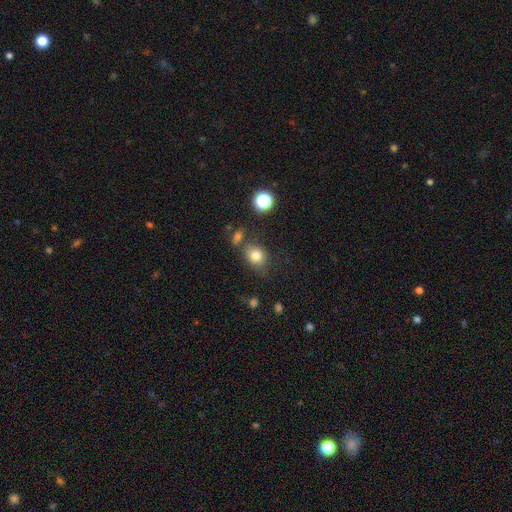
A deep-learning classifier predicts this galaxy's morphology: Smooth or featured? Predicted: smooth (p=0.79). How rounded? Predicted: round (p=0.55). Merging? Predicted: none (p=0.67).